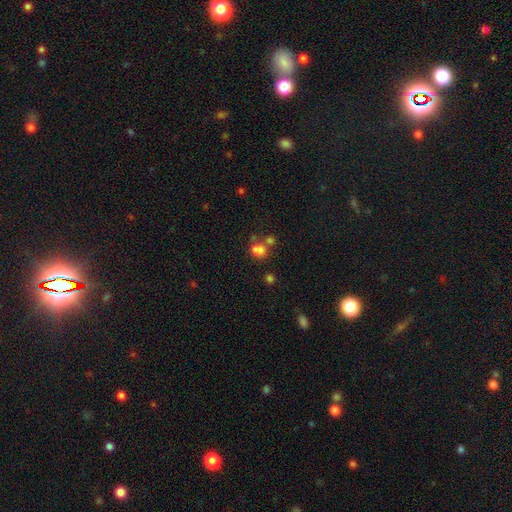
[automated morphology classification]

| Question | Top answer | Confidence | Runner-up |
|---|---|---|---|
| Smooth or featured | smooth | 50% | star or artifact (34%) |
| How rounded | round | 66% | in between (32%) |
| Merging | none | 48% | merger (36%) |